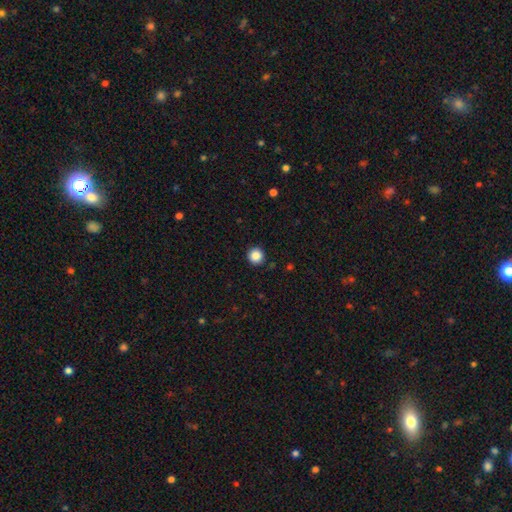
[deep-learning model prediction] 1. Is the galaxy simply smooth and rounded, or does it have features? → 87% smooth, 10% star or artifact, 3% featured or disk.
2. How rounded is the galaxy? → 96% round, 3% in between, 1% cigar-shaped.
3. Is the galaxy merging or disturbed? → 93% none, 5% minor disturbance, 2% major disturbance, 1% merger.